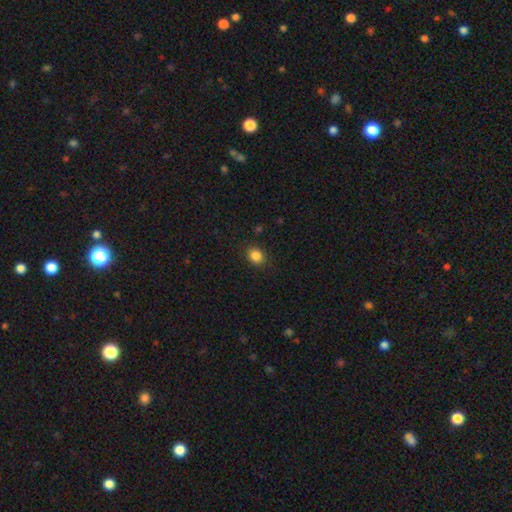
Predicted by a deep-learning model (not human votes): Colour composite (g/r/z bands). It shows a smooth galaxy with no disk features (86%) that is round (57%). Merging: none (88%).